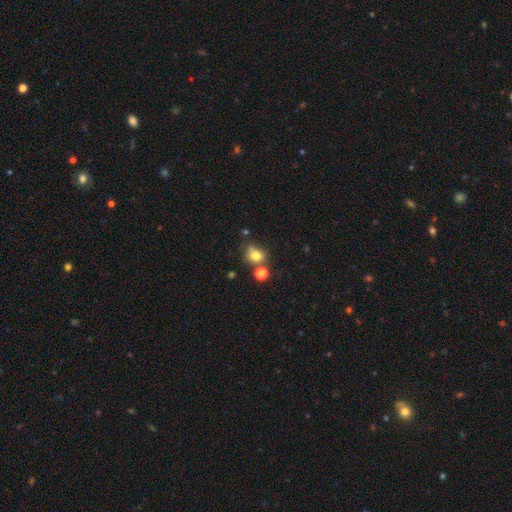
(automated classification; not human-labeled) Overall: smooth (77%). How rounded: round (65%; in between 34%). Merging: none (51%; merger 21%).